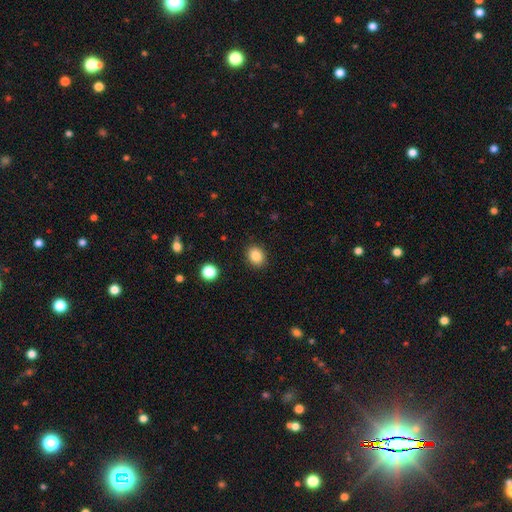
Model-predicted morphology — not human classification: Smooth or featured?
  - smooth: 86% *
  - star or artifact: 10%
  - featured or disk: 4%
How rounded?
  - round: 55% *
  - in between: 44%
  - cigar-shaped: 1%
Merging?
  - none: 89% *
  - minor disturbance: 8%
  - major disturbance: 2%
  - merger: 1%